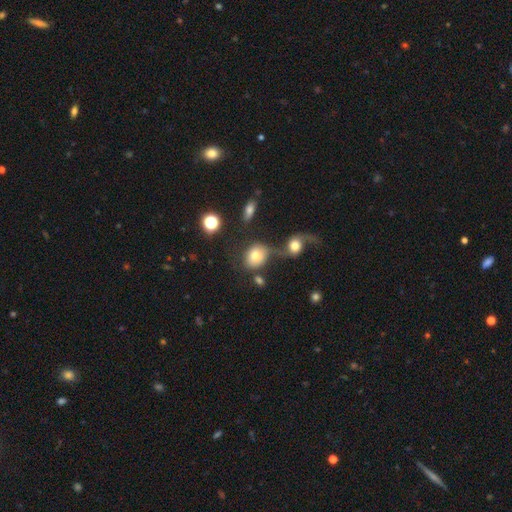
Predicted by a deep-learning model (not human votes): Morphology: type=smooth (74%); roundness=round (53%); merging=none (45%).